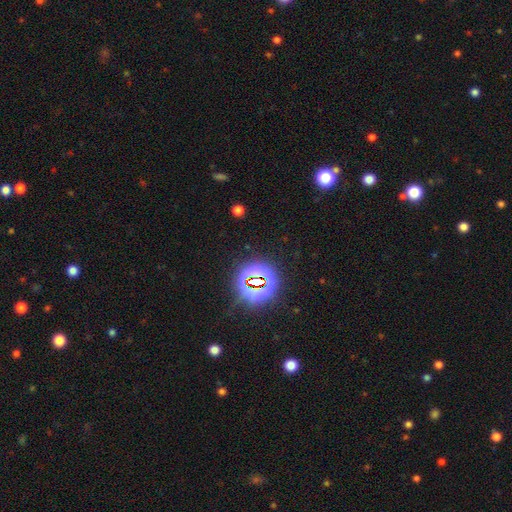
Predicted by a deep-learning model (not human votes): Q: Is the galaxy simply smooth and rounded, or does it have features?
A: star or artifact — 82%.